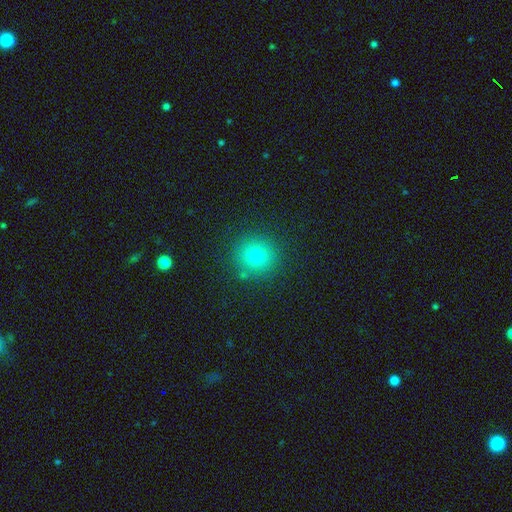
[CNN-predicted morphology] smooth 74%, star or artifact 16%, featured or disk 9%. Down the decision tree: how rounded — round (94%); merging — none (88%).